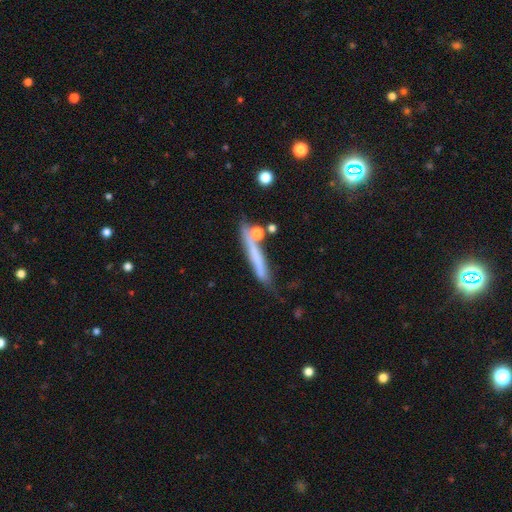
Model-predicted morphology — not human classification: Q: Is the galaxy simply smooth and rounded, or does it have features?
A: smooth — 54%.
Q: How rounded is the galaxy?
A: cigar-shaped — 92%.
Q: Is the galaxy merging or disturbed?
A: none — 61%.